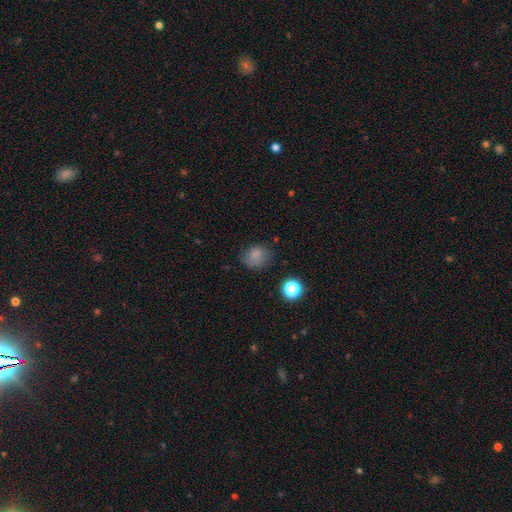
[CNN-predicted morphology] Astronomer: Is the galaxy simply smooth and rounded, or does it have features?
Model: smooth — 78%.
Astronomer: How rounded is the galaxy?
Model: round — 67%.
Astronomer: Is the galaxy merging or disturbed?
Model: none — 66%.